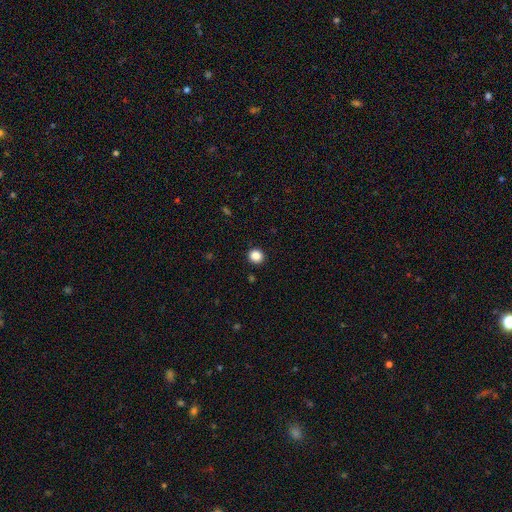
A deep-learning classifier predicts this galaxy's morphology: smooth 87%, star or artifact 10%, featured or disk 3%. Down the decision tree: how rounded — round (91%); merging — none (92%).